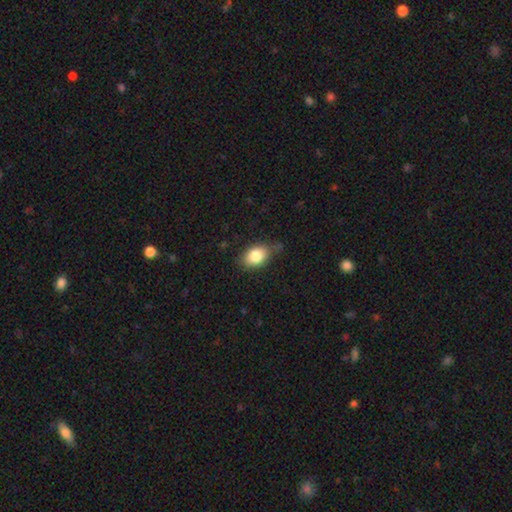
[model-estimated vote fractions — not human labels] smooth-or-featured: smooth: 82% | featured or disk: 10% | star or artifact: 8%
  how-rounded: in between: 82% | round: 16% | cigar-shaped: 2%
  merging: none: 63% | minor disturbance: 28% | major disturbance: 6% | merger: 3%